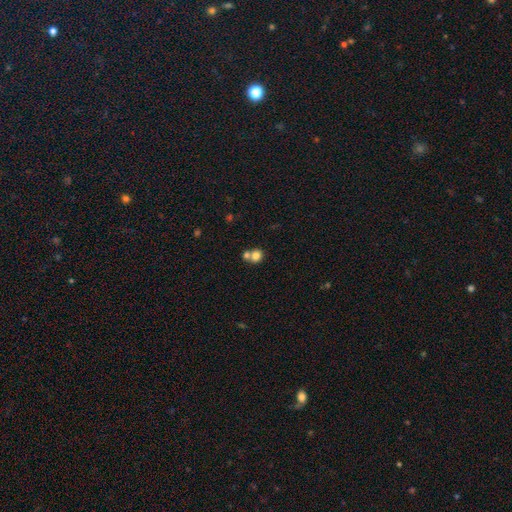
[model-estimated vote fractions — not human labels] Smooth or featured? Predicted: smooth (p=0.79). How rounded? Predicted: round (p=0.79). Merging? Predicted: merger (p=0.47).